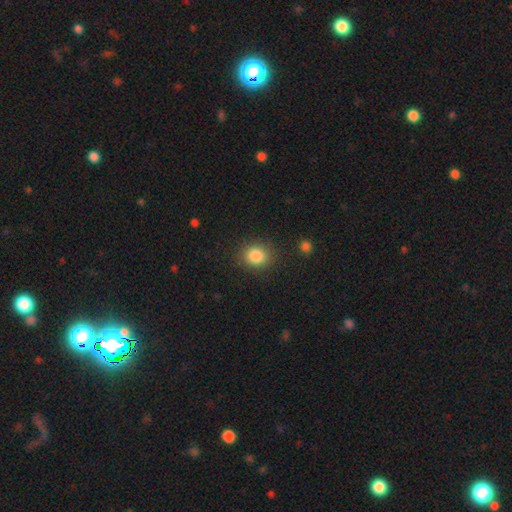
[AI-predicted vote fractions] A smooth galaxy with no disk features (85%) that is round (70%).

Vote fractions:
- Smooth or featured? smooth: 85% / star or artifact: 10% / featured or disk: 5%
- How rounded? round: 70% / in between: 30% / cigar-shaped: 1%
- Merging? none: 85% / minor disturbance: 10% / major disturbance: 3% / merger: 2%